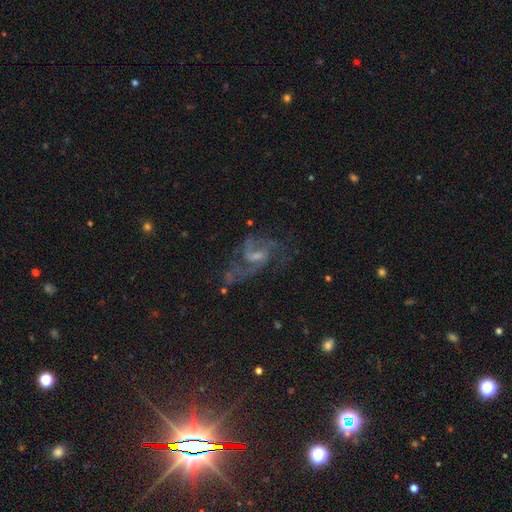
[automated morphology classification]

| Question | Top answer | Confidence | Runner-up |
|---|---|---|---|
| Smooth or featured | featured or disk | 72% | star or artifact (17%) |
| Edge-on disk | no | 96% | yes (4%) |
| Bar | weak | 51% | no (34%) |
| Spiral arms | yes | 86% | no (14%) |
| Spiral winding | medium | 44% | loose (43%) |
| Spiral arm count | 2 | 54% | can't tell (19%) |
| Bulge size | small | 44% | moderate (30%) |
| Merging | none | 49% | major disturbance (28%) |